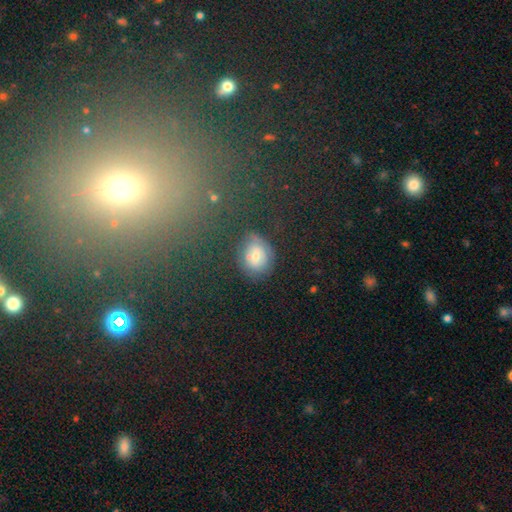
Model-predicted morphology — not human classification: This is possibly a smooth galaxy (58%). How rounded: possibly in between (52%). Merging: possibly none (59%).